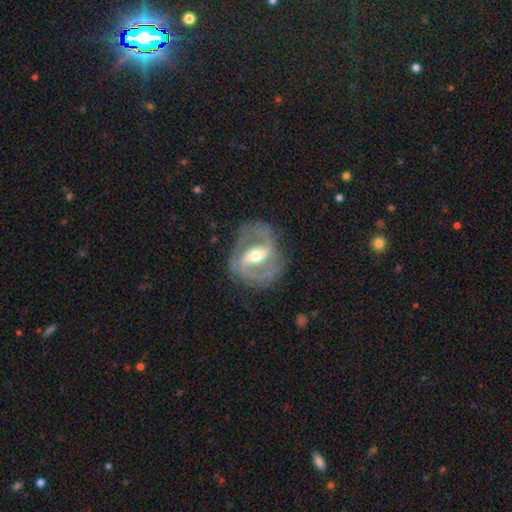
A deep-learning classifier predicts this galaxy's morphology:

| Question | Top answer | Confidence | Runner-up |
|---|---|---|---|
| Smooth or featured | featured or disk | 84% | smooth (11%) |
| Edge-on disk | no | 95% | yes (5%) |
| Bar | strong | 50% | weak (35%) |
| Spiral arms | yes | 85% | no (15%) |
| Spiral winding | medium | 50% | tight (30%) |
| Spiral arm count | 2 | 86% | can't tell (6%) |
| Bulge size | moderate | 70% | small (18%) |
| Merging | none | 75% | minor disturbance (15%) |